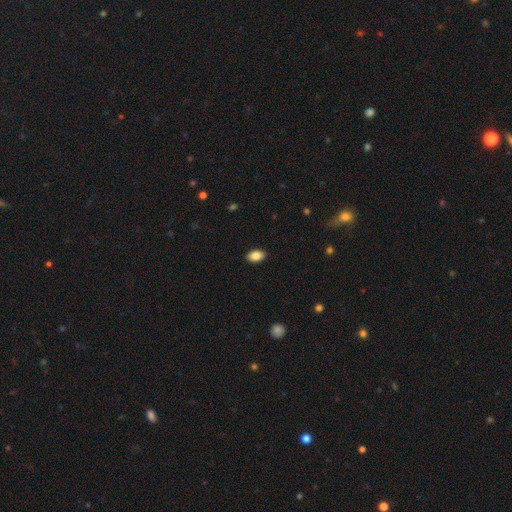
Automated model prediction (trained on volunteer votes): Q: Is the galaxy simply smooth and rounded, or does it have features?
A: smooth — 86%.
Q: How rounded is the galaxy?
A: in between — 91%.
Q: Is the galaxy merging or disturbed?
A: none — 90%.